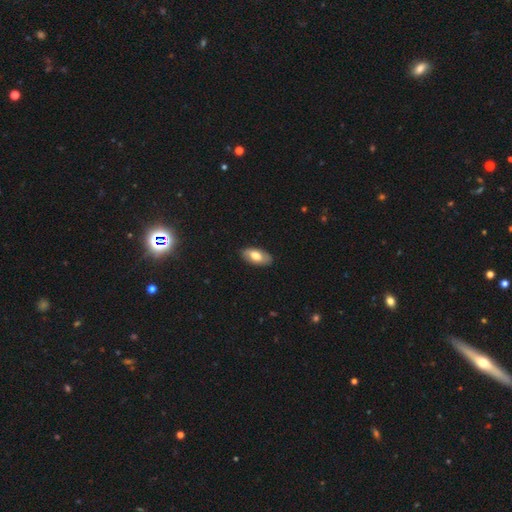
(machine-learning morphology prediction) smooth 66%, featured or disk 28%, star or artifact 6%. Down the decision tree: how rounded — in between (93%); merging — none (86%).